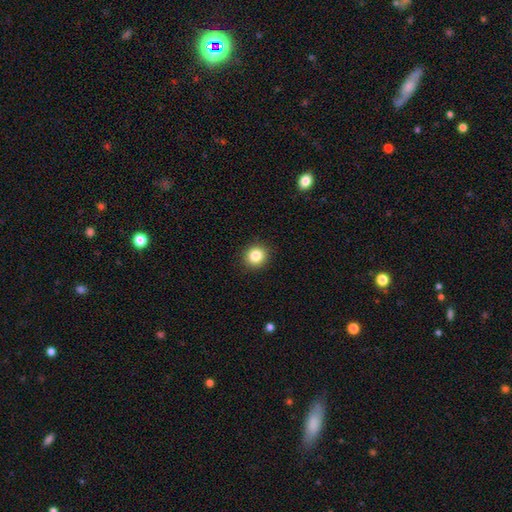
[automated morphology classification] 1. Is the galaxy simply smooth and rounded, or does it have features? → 85% smooth, 10% star or artifact, 5% featured or disk.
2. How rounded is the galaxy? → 88% round, 11% in between, 1% cigar-shaped.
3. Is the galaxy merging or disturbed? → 91% none, 6% minor disturbance, 2% major disturbance, 1% merger.